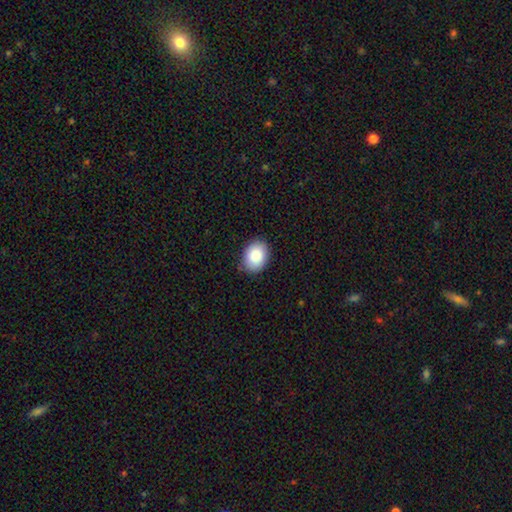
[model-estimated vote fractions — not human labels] smooth_or_featured: smooth (p=0.86) [alt: star or artifact p=0.07]
how_rounded: in between (p=0.67) [alt: round p=0.32]
merging: none (p=0.85) [alt: minor disturbance p=0.12]